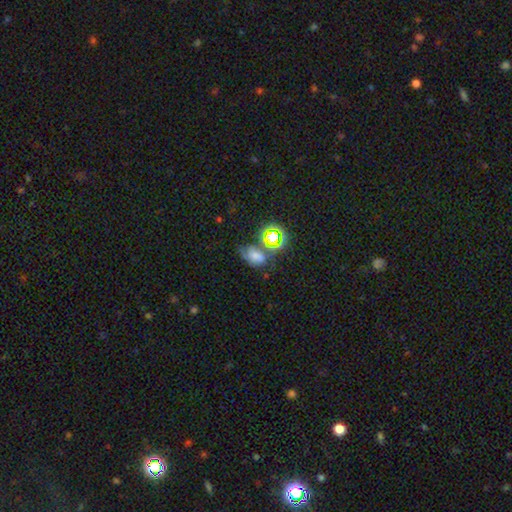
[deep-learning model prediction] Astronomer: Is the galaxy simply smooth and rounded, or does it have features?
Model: smooth — 50% (runner-up: star or artifact, 29%).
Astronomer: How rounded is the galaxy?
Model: in between — 74%.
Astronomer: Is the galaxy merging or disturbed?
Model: none — 37% (runner-up: merger, 25%).